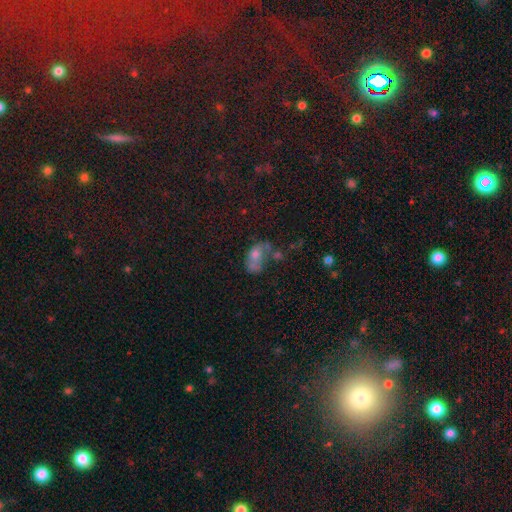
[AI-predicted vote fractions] The model was most divided on "merging": merger: 34%, major disturbance: 27%, none: 21%, minor disturbance: 18%. More confident: how rounded — in between (82%); smooth or featured — smooth (57%).